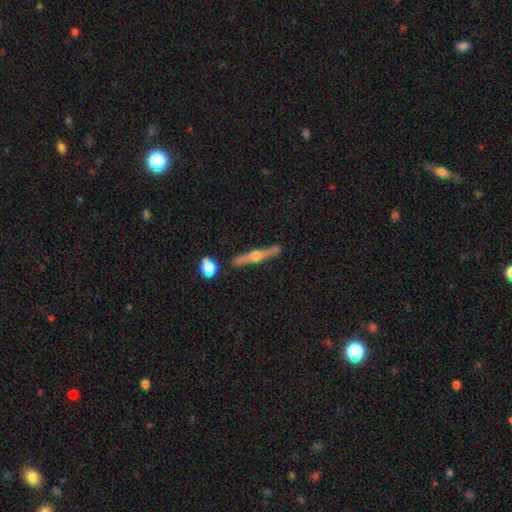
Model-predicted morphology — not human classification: Q: Smooth or featured?
A: featured or disk (74%); runner-up: smooth (20%)
Q: Edge-on disk?
A: yes (97%); runner-up: no (3%)
Q: Edge-on bulge?
A: rounded (93%); runner-up: boxy (4%)
Q: Merging?
A: none (85%); runner-up: minor disturbance (9%)